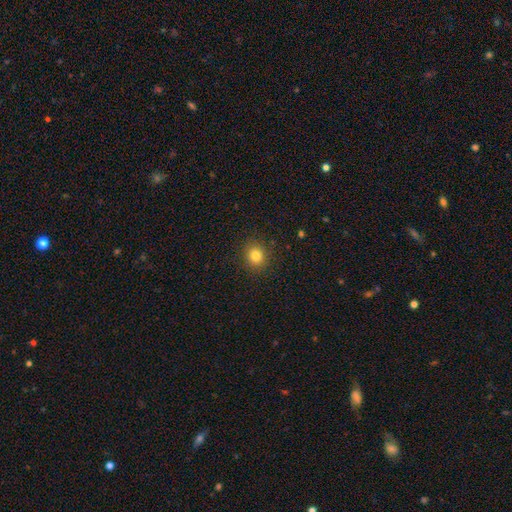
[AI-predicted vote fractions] A smooth galaxy with no disk features (82%) that is round (77%).

Vote fractions:
- Smooth or featured? smooth: 82% / star or artifact: 12% / featured or disk: 6%
- How rounded? round: 77% / in between: 22% / cigar-shaped: 1%
- Merging? none: 89% / minor disturbance: 7% / major disturbance: 2% / merger: 1%